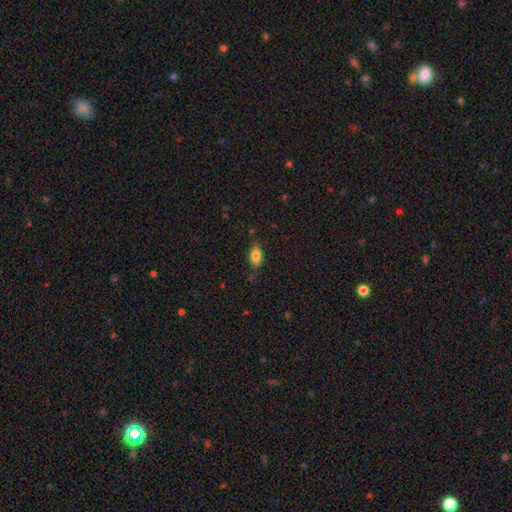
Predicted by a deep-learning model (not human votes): Smooth or featured? smooth (84%)
How rounded? in between (90%)
Merging? none (77%)